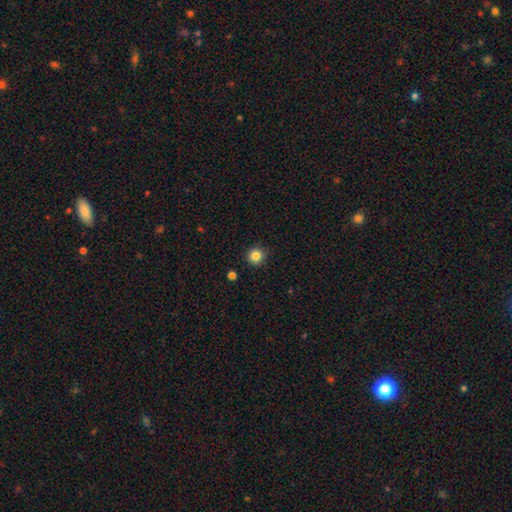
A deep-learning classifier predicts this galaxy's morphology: type=smooth (84%); roundness=round (94%); merging=none (90%).